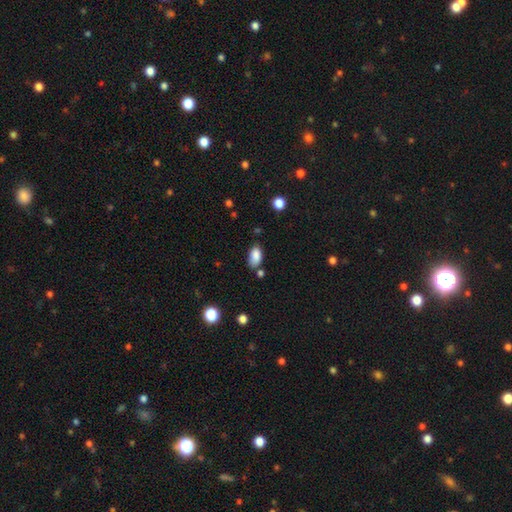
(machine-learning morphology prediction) type=smooth (86%); roundness=in between (92%); merging=none (68%).